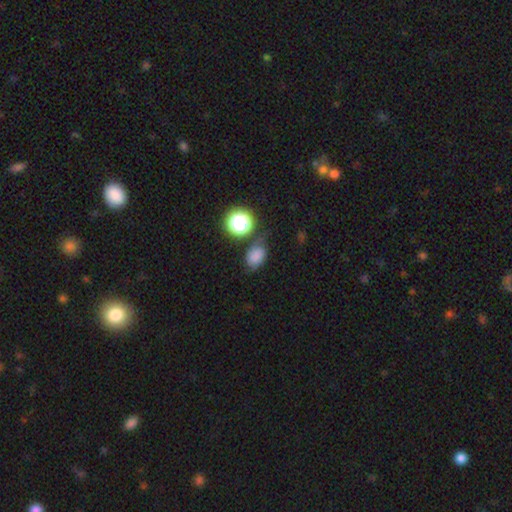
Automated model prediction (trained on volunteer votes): A smooth galaxy with no disk features (76%) that is in between round and cigar-shaped (67%). Merging: none (60%).